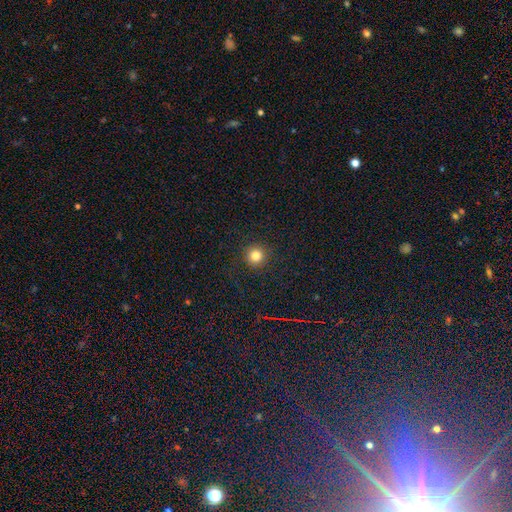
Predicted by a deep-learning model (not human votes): Q: Smooth or featured?
A: smooth (82%); runner-up: star or artifact (12%)
Q: How rounded?
A: round (95%); runner-up: in between (4%)
Q: Merging?
A: none (91%); runner-up: minor disturbance (6%)